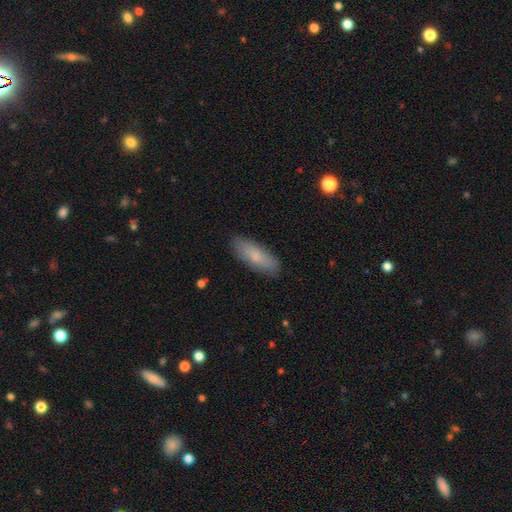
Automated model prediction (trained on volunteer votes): Overall: smooth (79%). How rounded: in between (58%; cigar-shaped 40%). Merging: none (86%).